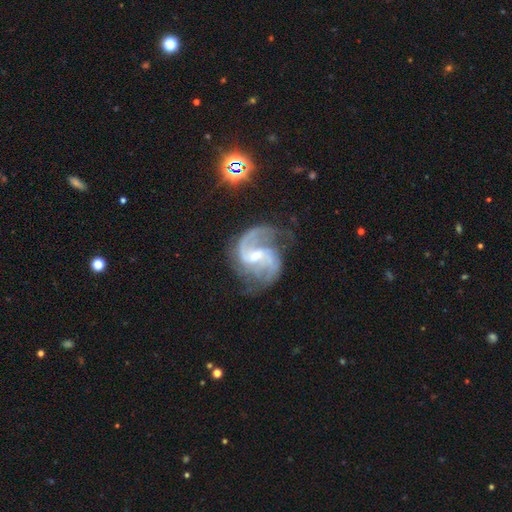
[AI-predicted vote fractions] This is clearly a featured or disk galaxy (91%). It is clearly not viewed edge-on (98%). Bar: possibly weak (54%). Spiral arm pattern: clearly yes (98%). Spiral arm count: clearly 2 (81%). Spiral winding: possibly medium (54%). Central bulge: likely small (60%). Merging: likely none (63%).